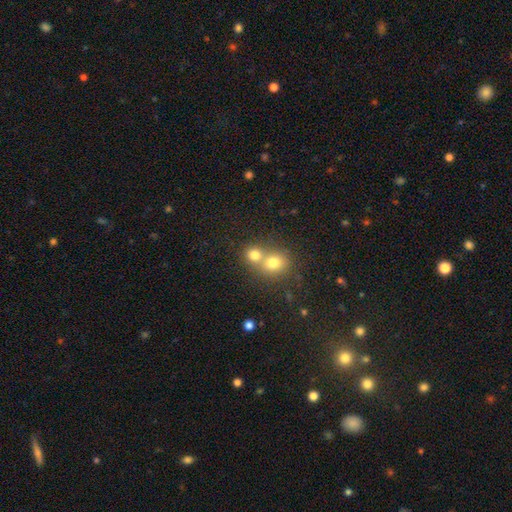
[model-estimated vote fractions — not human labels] Smooth or featured: smooth — 73% (star or artifact — 14%)
How rounded: round — 79% (in between — 20%)
Merging: merger — 56% (none — 37%)